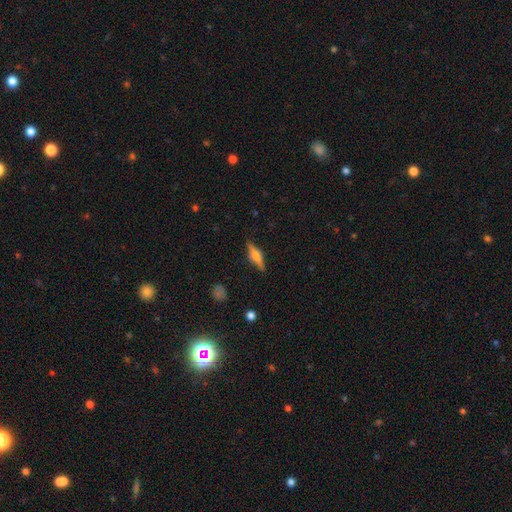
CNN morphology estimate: Smooth or featured?
  - featured or disk: 65% *
  - smooth: 28%
  - star or artifact: 8%
Edge-on disk?
  - yes: 96% *
  - no: 4%
Edge-on bulge?
  - rounded: 89% *
  - boxy: 8%
  - none: 3%
Merging?
  - none: 86% *
  - minor disturbance: 10%
  - major disturbance: 2%
  - merger: 1%